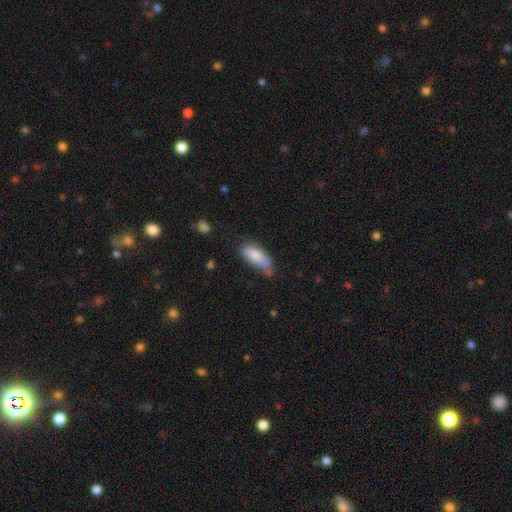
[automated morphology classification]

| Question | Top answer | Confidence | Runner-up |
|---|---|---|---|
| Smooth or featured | smooth | 82% | featured or disk (12%) |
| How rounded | in between | 77% | cigar-shaped (21%) |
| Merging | none | 50% | minor disturbance (35%) |